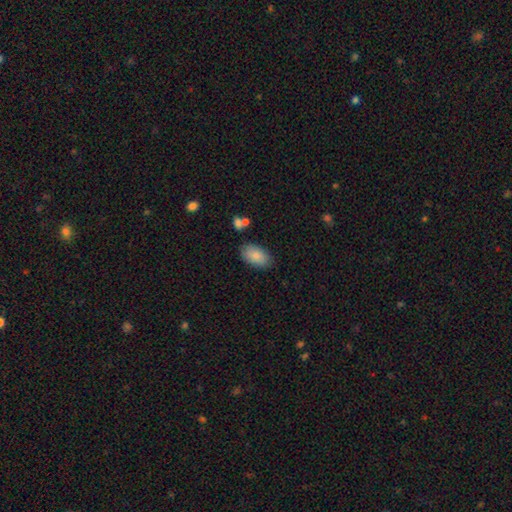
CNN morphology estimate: This appears to be a smooth galaxy with no disk features (85%) that is in between round and cigar-shaped (93%). Merging: none (81%).